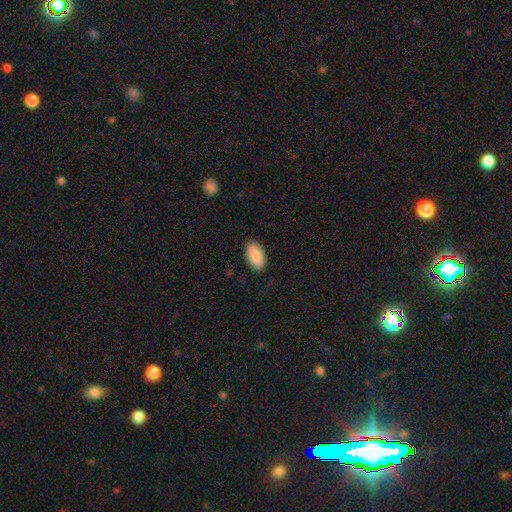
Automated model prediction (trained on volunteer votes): Smooth or featured: smooth — 88% (featured or disk — 6%)
How rounded: in between — 95% (cigar-shaped — 3%)
Merging: none — 88% (minor disturbance — 9%)